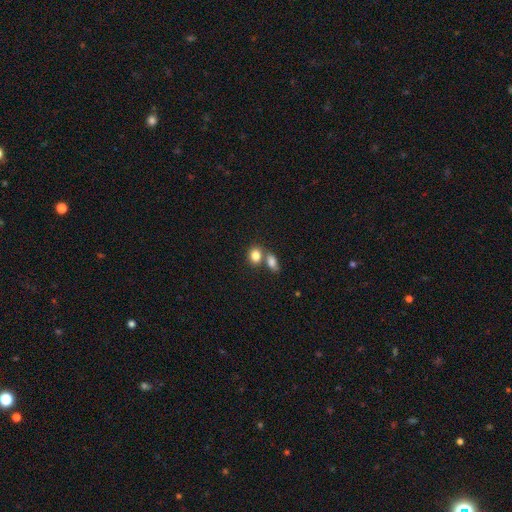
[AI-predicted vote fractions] Smooth or featured? smooth (83%)
How rounded? in between (50%)
Merging? none (46%)